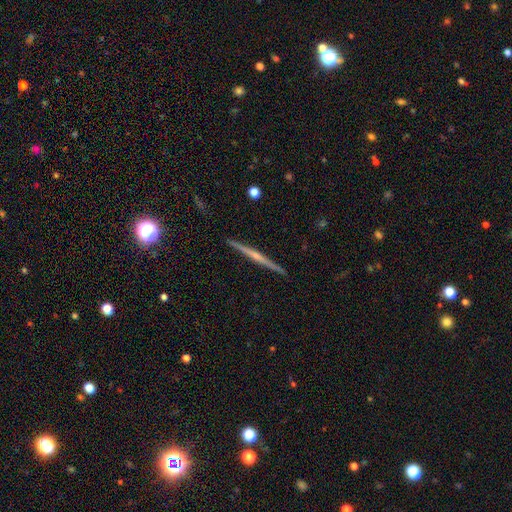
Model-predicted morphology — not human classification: Smooth or featured: featured or disk — 78% (smooth — 15%)
Edge-on disk: yes — 98% (no — 2%)
Edge-on bulge: rounded — 67% (none — 26%)
Merging: none — 92% (minor disturbance — 5%)